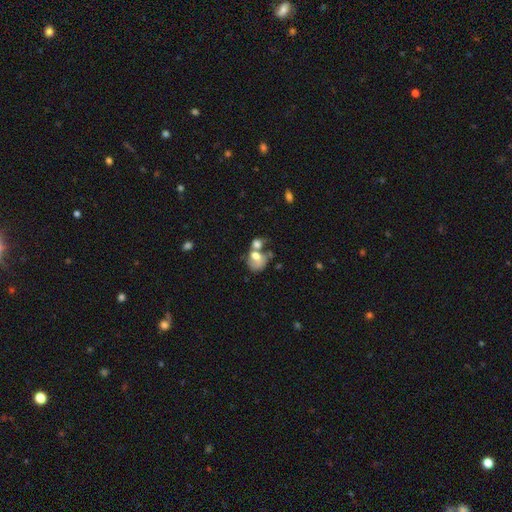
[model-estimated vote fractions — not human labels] A smooth galaxy with no disk features (61%) that is in between round and cigar-shaped (52%). Merging: merger (59%).